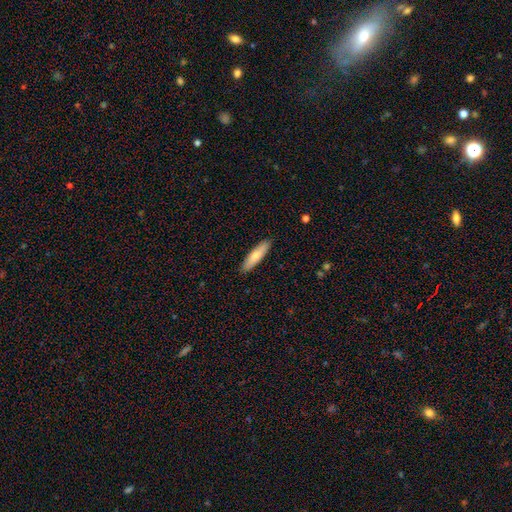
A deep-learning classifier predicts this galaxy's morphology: Smooth or featured? Predicted: smooth (p=0.72). How rounded? Predicted: cigar-shaped (p=0.73). Merging? Predicted: none (p=0.90).